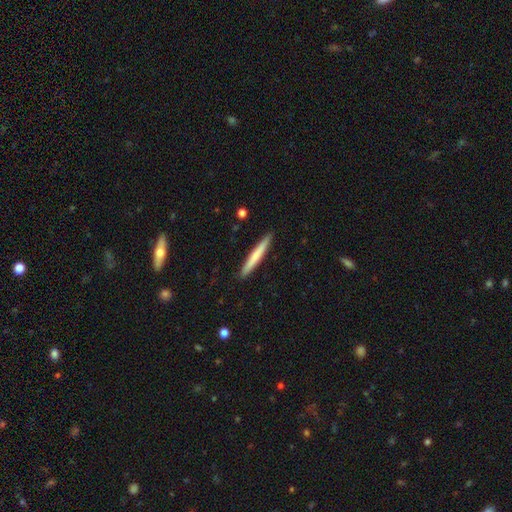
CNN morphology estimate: This is likely a smooth galaxy (64%). How rounded: clearly cigar-shaped (96%). Merging: clearly none (92%).